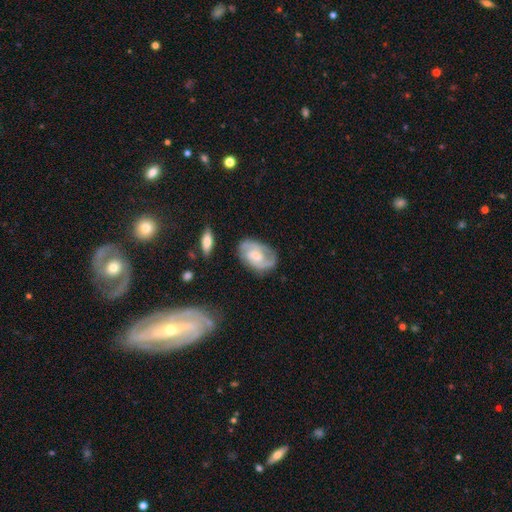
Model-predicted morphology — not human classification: smooth-or-featured: featured or disk: 71% | smooth: 23% | star or artifact: 6%
  disk-edge-on: no: 96% | yes: 4%
    bar: weak: 49% | no: 40% | strong: 11%
    has-spiral-arms: yes: 90% | no: 10%
      spiral-winding: medium: 46% | tight: 37% | loose: 17%
      spiral-arm-count: 2: 68% | can't tell: 16% | 3: 8% | 1: 5% | 4: 2% | more than 4: 2%
    bulge-size: moderate: 38% | small: 27% | none: 18% | large: 14% | dominant: 2%
  merging: none: 72% | minor disturbance: 19% | major disturbance: 7% | merger: 2%